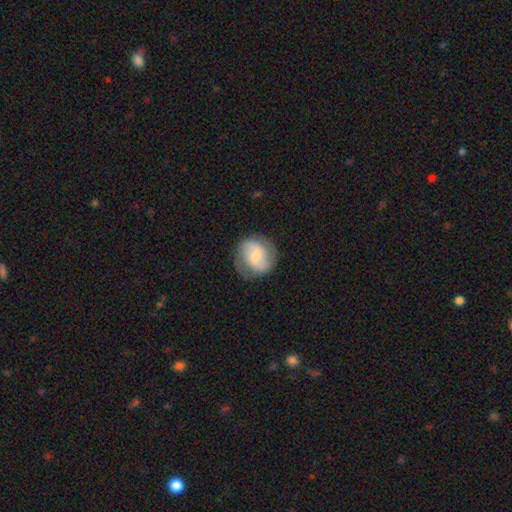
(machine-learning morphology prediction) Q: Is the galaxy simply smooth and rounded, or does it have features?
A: featured or disk — 63%.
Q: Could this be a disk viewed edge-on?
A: no — 98%.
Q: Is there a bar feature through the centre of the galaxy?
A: no — 44%.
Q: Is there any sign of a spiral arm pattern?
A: yes — 90%.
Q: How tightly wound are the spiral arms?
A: medium — 47%.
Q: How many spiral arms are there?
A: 2 — 86%.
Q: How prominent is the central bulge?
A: small — 48%.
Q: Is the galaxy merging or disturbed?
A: none — 74%.